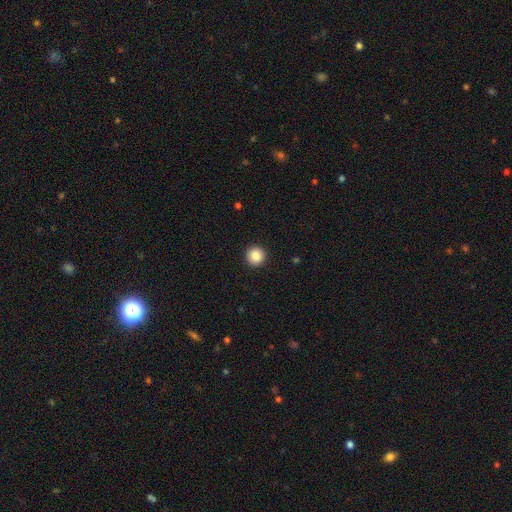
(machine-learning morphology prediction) Smooth or featured?
  - smooth: 86% *
  - star or artifact: 9%
  - featured or disk: 5%
How rounded?
  - round: 95% *
  - in between: 4%
  - cigar-shaped: 1%
Merging?
  - none: 93% *
  - minor disturbance: 4%
  - major disturbance: 1%
  - merger: 1%